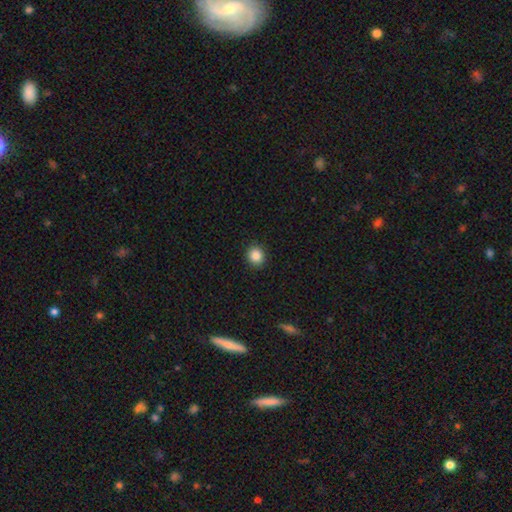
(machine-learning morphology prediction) This is clearly a smooth galaxy (85%). How rounded: clearly round (85%). Merging: clearly none (92%).